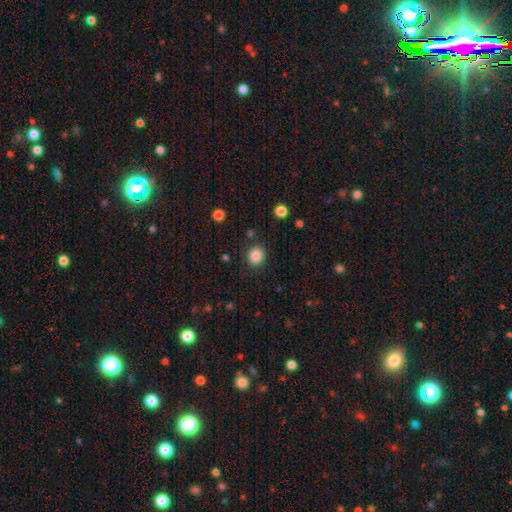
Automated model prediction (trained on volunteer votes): Morphology: type=smooth (85%); roundness=round (79%); merging=none (86%).